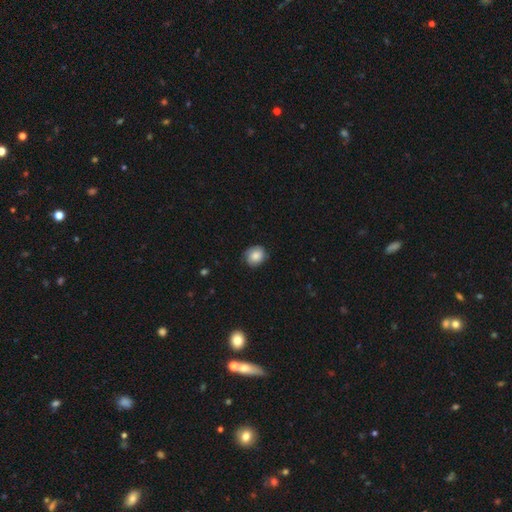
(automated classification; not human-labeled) This appears to be a smooth galaxy with no disk features (75%) that is round (73%). Merging: none (76%).